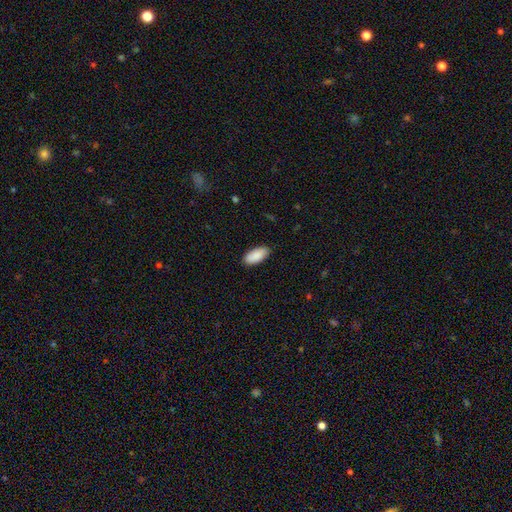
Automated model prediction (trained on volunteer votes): Morphology: type=smooth (90%); roundness=in between (90%); merging=none (87%).